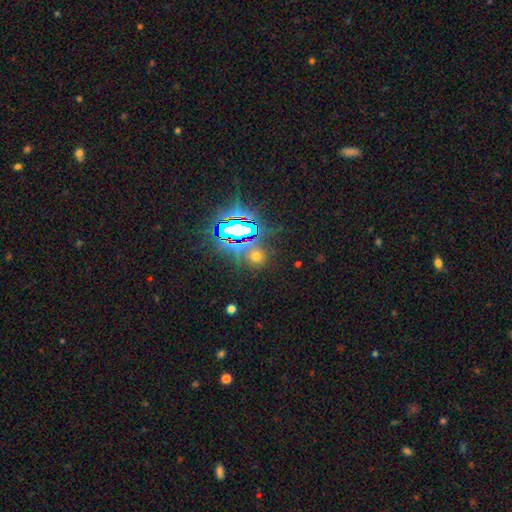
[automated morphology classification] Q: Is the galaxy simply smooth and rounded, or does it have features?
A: star or artifact — 48%.